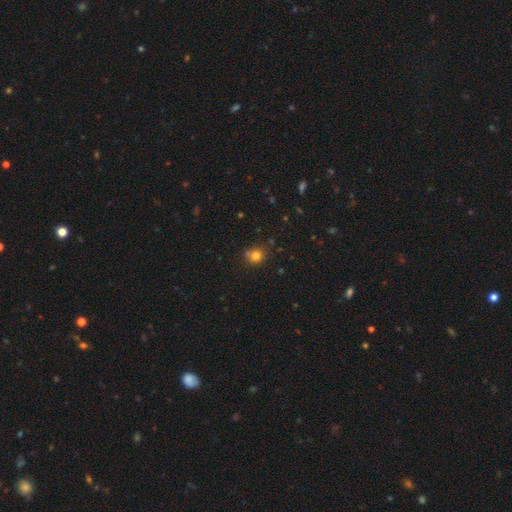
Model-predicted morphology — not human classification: smooth-or-featured: smooth: 78% | star or artifact: 15% | featured or disk: 8%
  how-rounded: round: 81% | in between: 18% | cigar-shaped: 1%
  merging: none: 65% | merger: 17% | minor disturbance: 14% | major disturbance: 4%